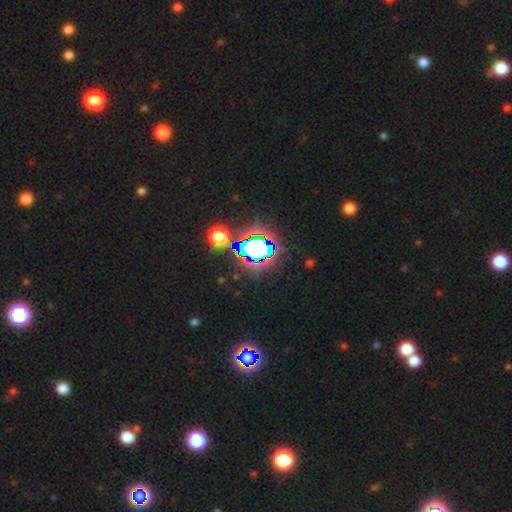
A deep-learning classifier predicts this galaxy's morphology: smooth-or-featured: star or artifact: 81% | smooth: 12% | featured or disk: 7%